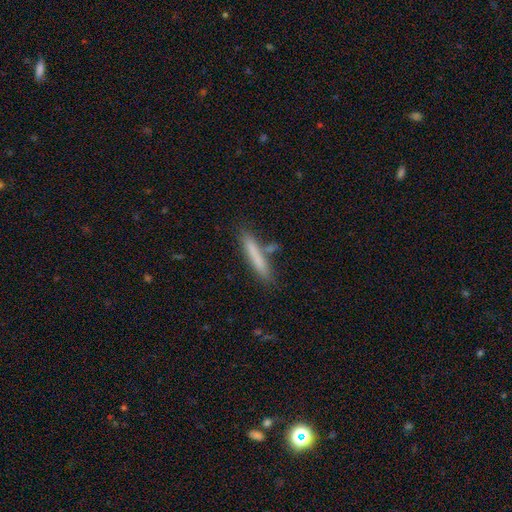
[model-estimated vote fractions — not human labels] Smooth or featured?
  - smooth: 76% *
  - featured or disk: 17%
  - star or artifact: 7%
How rounded?
  - cigar-shaped: 94% *
  - in between: 5%
  - round: 1%
Merging?
  - none: 77% *
  - minor disturbance: 12%
  - merger: 8%
  - major disturbance: 3%